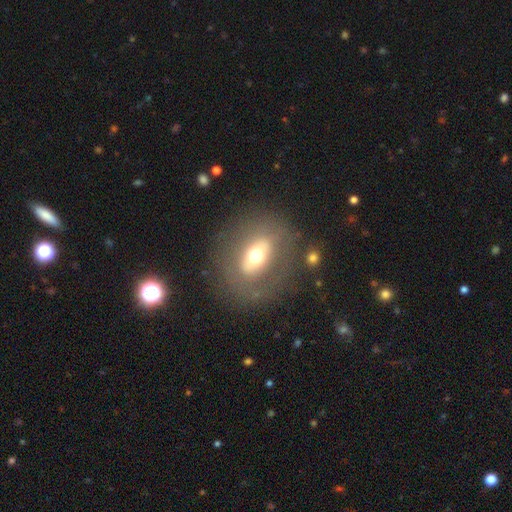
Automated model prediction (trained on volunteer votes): Smooth or featured?
  - featured or disk: 46% *
  - smooth: 44%
  - star or artifact: 10%
Merging?
  - none: 75% *
  - minor disturbance: 13%
  - major disturbance: 10%
  - merger: 3%